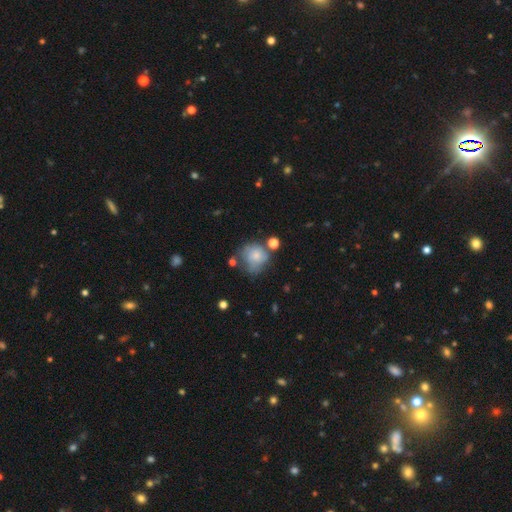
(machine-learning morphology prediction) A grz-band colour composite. It shows a smooth galaxy with no disk features (66%) that is round (77%). Merging: none (42%).